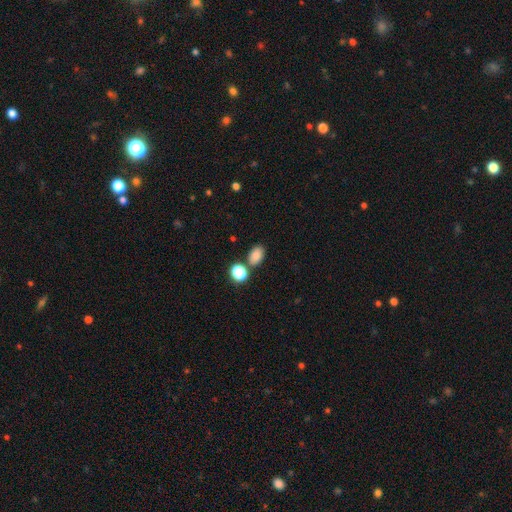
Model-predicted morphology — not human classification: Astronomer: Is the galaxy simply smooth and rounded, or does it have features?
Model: smooth — 82%.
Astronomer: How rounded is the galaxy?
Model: in between — 79%.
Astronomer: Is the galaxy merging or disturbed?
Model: none — 74%.